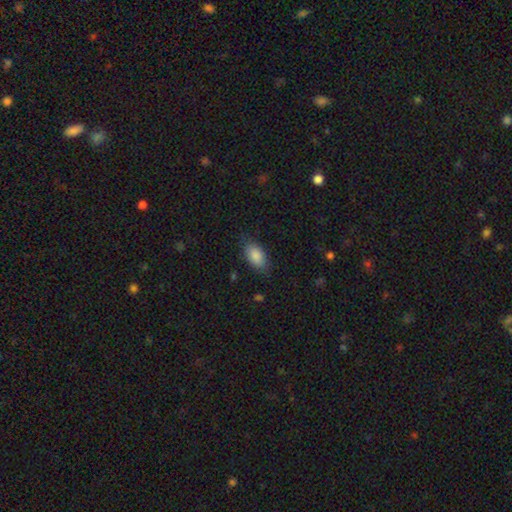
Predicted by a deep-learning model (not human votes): Smooth or featured: smooth — 87% (star or artifact — 7%)
How rounded: in between — 92% (round — 4%)
Merging: none — 79% (minor disturbance — 16%)